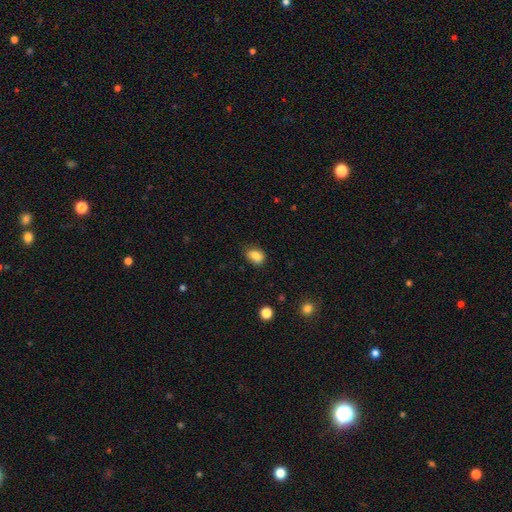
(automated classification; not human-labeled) Smooth or featured? smooth (84%)
How rounded? in between (75%)
Merging? none (71%)